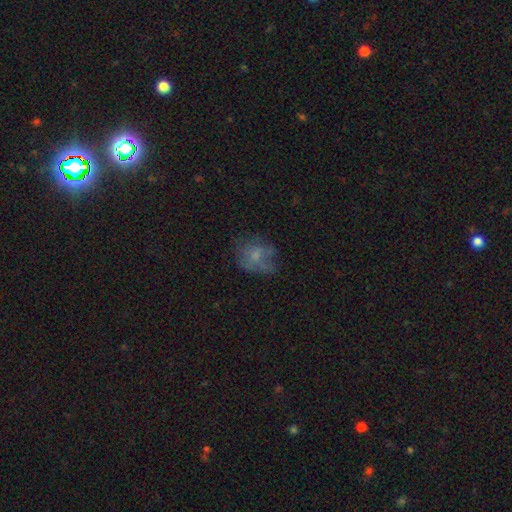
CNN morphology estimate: Q: Smooth or featured?
A: smooth (58%); runner-up: featured or disk (30%)
Q: How rounded?
A: round (50%); runner-up: in between (48%)
Q: Merging?
A: none (46%); runner-up: minor disturbance (27%)